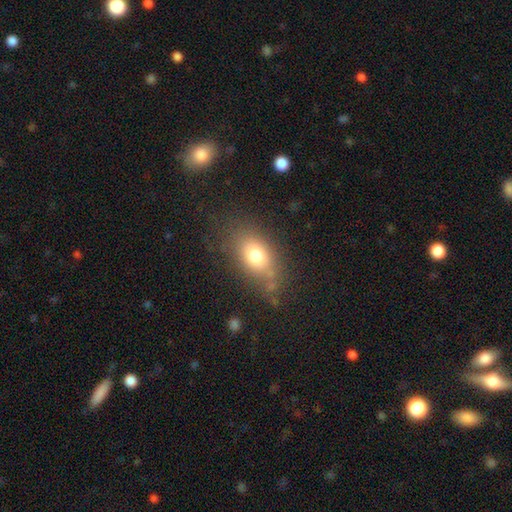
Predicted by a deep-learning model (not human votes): Smooth or featured: smooth — 74% (featured or disk — 15%)
How rounded: in between — 79% (round — 18%)
Merging: none — 69% (minor disturbance — 19%)